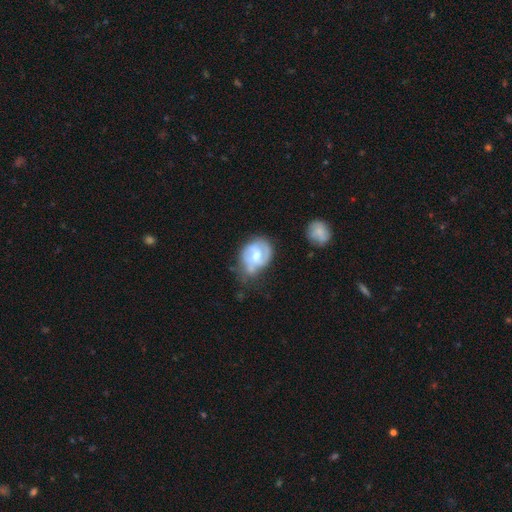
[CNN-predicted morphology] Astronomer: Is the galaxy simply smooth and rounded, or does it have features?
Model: featured or disk — 68%.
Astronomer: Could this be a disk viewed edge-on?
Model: no — 97%.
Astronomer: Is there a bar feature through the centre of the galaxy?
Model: no — 46% (runner-up: weak, 44%).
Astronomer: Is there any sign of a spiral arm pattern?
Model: yes — 81%.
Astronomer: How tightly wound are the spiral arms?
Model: medium — 43% (runner-up: tight, 41%).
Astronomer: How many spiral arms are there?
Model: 2 — 62%.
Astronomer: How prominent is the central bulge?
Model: moderate — 68%.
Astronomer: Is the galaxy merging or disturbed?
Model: none — 43% (runner-up: minor disturbance, 35%).